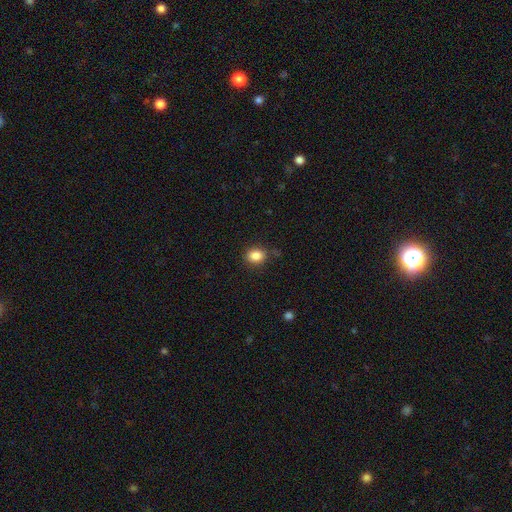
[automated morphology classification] This appears to be a smooth galaxy with no disk features (85%) that is round (60%). Merging: none (83%).